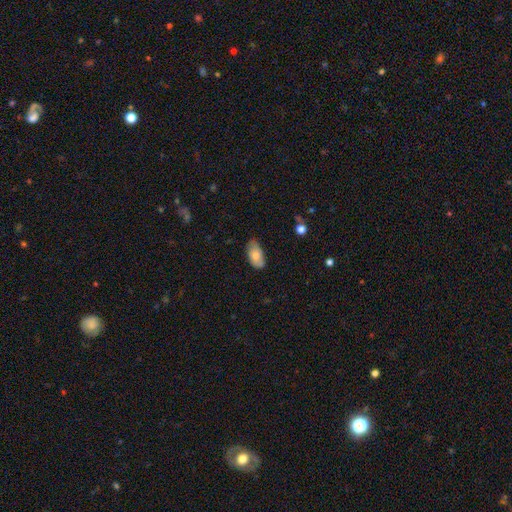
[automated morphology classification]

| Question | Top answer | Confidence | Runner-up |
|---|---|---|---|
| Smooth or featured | smooth | 70% | featured or disk (23%) |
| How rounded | in between | 94% | round (4%) |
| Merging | none | 69% | minor disturbance (25%) |